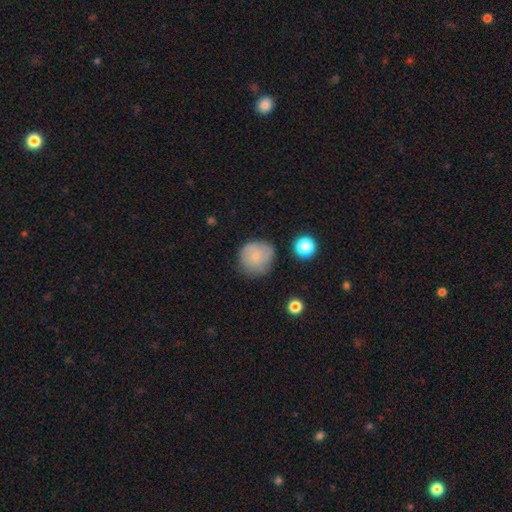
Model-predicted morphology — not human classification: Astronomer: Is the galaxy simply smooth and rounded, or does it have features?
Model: smooth — 76%.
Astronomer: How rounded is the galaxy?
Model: round — 91%.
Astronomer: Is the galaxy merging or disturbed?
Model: none — 71%.